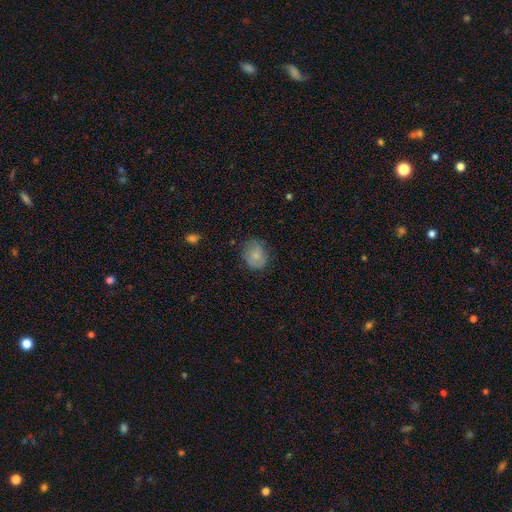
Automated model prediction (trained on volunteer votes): Smooth or featured?
  - smooth: 67% *
  - featured or disk: 25%
  - star or artifact: 8%
How rounded?
  - round: 62% *
  - in between: 37%
  - cigar-shaped: 1%
Merging?
  - none: 66% *
  - minor disturbance: 25%
  - major disturbance: 8%
  - merger: 1%